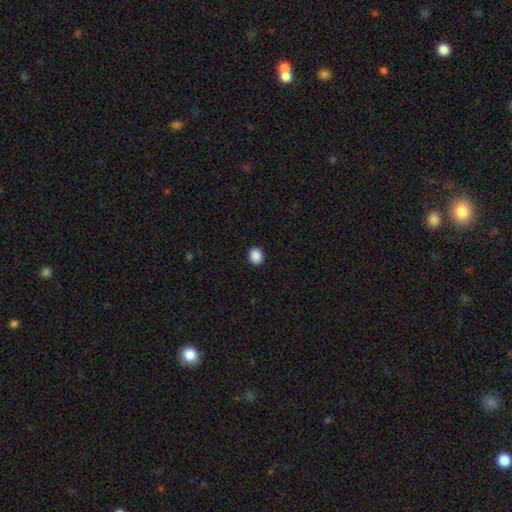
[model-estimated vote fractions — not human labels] Smooth or featured?
  - smooth: 89% *
  - star or artifact: 9%
  - featured or disk: 2%
How rounded?
  - round: 67% *
  - in between: 32%
  - cigar-shaped: 1%
Merging?
  - none: 92% *
  - minor disturbance: 5%
  - major disturbance: 2%
  - merger: 1%